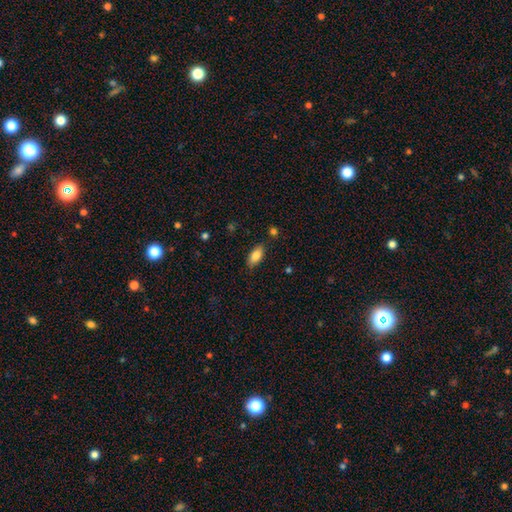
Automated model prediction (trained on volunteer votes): smooth-or-featured: smooth: 83% | featured or disk: 10% | star or artifact: 7%
  how-rounded: in between: 87% | cigar-shaped: 10% | round: 3%
  merging: none: 83% | minor disturbance: 12% | major disturbance: 3% | merger: 2%